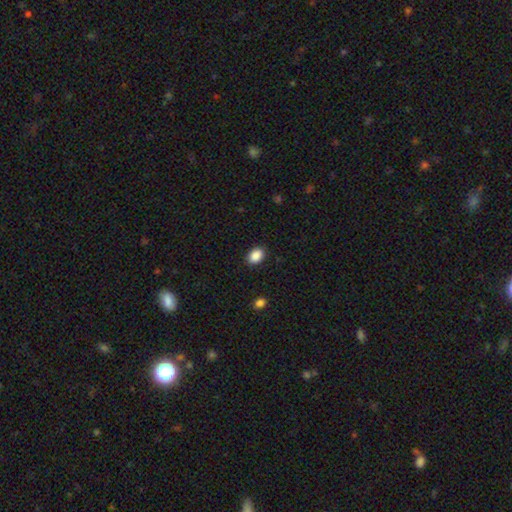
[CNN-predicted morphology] type=smooth (89%); roundness=in between (76%); merging=none (89%).